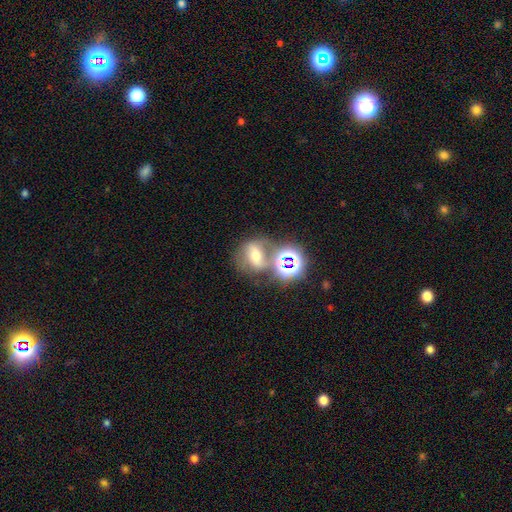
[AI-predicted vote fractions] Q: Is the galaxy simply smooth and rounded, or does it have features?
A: featured or disk — 40%.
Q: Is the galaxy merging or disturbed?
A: none — 49%.